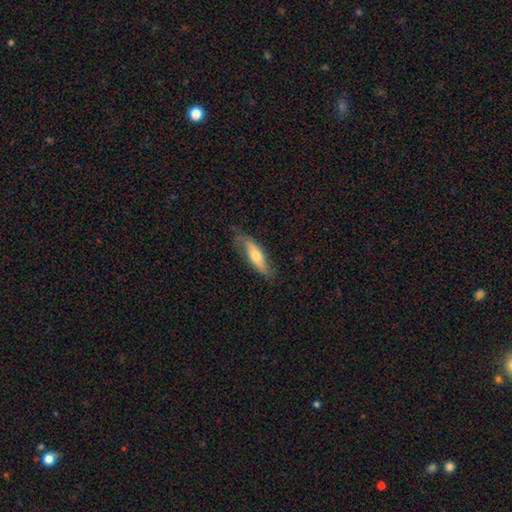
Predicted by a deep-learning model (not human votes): Morphology: type=smooth (49%); merging=none (67%).